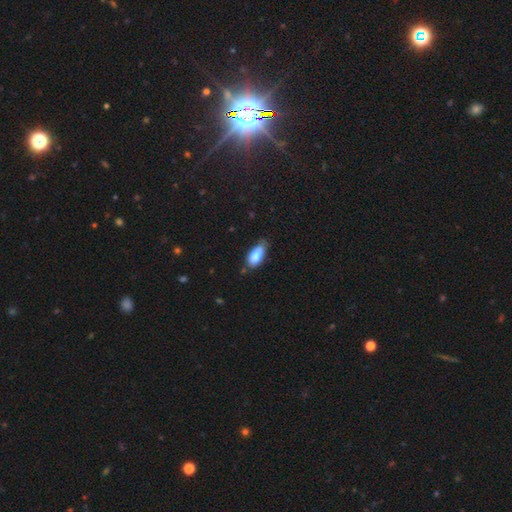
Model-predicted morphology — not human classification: The model was most divided on "merging": none: 59%, minor disturbance: 33%, major disturbance: 6%, merger: 2%. More confident: how rounded — in between (86%); smooth or featured — smooth (84%).